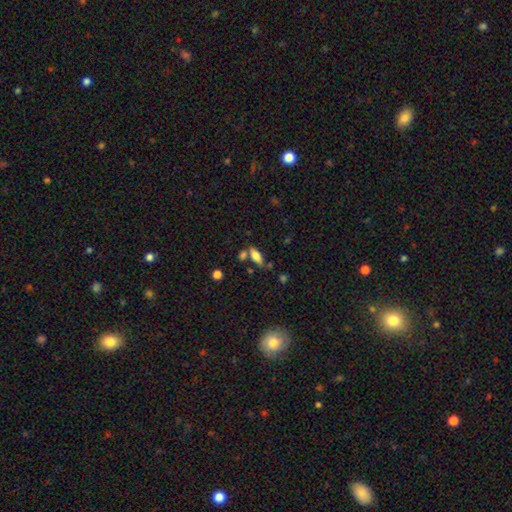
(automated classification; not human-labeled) smooth_or_featured: smooth (p=0.68) [alt: featured or disk p=0.23]
how_rounded: in between (p=0.70) [alt: cigar-shaped p=0.27]
merging: none (p=0.65) [alt: merger p=0.17]